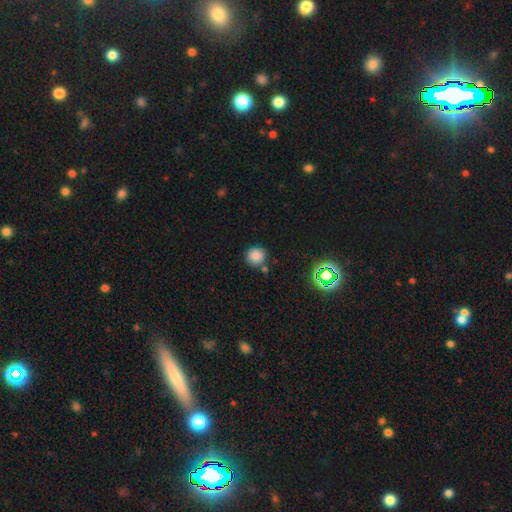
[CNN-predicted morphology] smooth 81%, star or artifact 14%, featured or disk 6%. Down the decision tree: how rounded — round (91%); merging — none (76%).